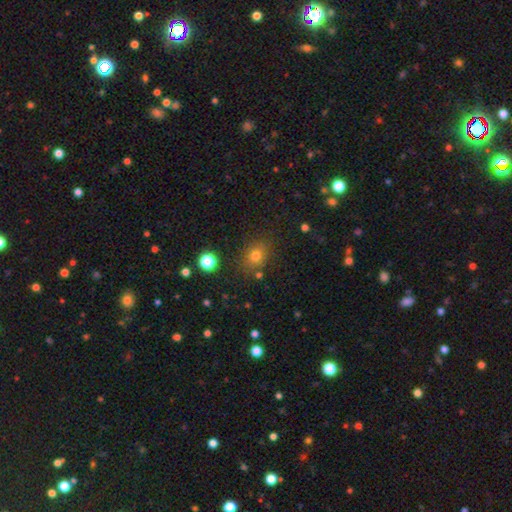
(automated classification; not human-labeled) Smooth or featured?
  - smooth: 75% *
  - star or artifact: 17%
  - featured or disk: 9%
How rounded?
  - round: 55% *
  - in between: 44%
  - cigar-shaped: 1%
Merging?
  - none: 79% *
  - minor disturbance: 12%
  - merger: 4%
  - major disturbance: 4%